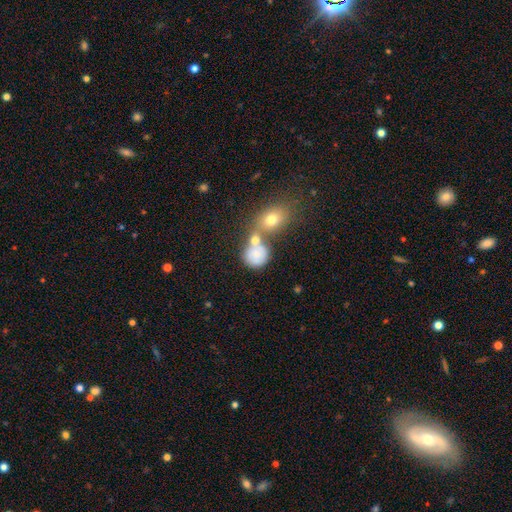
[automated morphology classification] Overall: smooth (74%). How rounded: round (77%). Merging: merger (42%; none 39%).